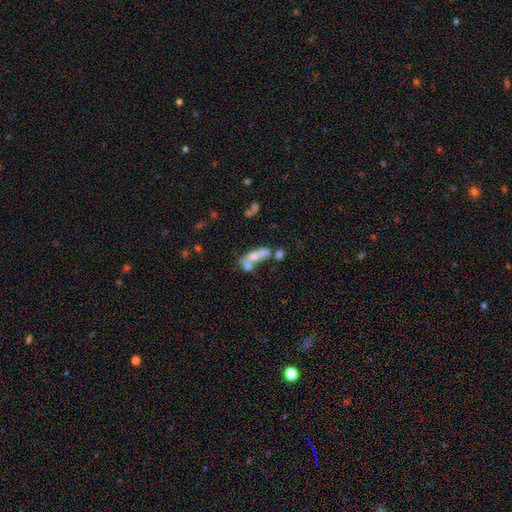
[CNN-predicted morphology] Smooth or featured?
  - smooth: 57% *
  - featured or disk: 32%
  - star or artifact: 11%
How rounded?
  - in between: 59% *
  - cigar-shaped: 34%
  - round: 7%
Merging?
  - merger: 53% *
  - none: 24%
  - minor disturbance: 12%
  - major disturbance: 11%